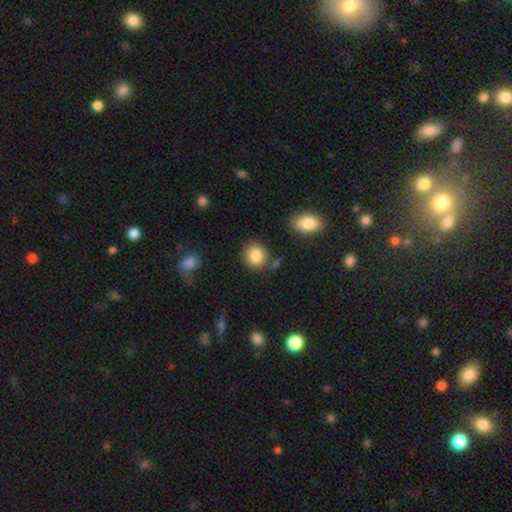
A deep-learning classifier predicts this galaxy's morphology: smooth 86%, star or artifact 8%, featured or disk 6%. Down the decision tree: how rounded — round (77%); merging — none (81%).